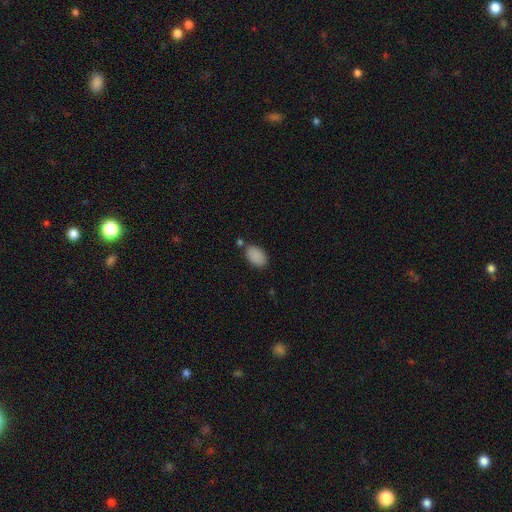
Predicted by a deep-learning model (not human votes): Morphology: type=smooth (89%); roundness=in between (92%); merging=none (76%).